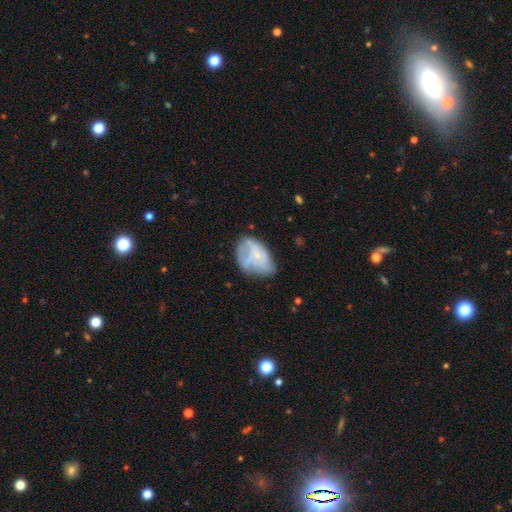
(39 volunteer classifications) Smooth or featured? 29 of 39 (74%) said featured or disk. Edge-on disk? 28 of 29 (97%) said no. Bar? 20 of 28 (71%) said no. Spiral arms? 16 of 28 (57%) said yes. Spiral winding? 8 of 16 (50%) said medium. Spiral arm count? 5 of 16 (31%) said can't tell. Bulge size? 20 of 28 (71%) said small. Merging? 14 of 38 (37%) said minor disturbance.